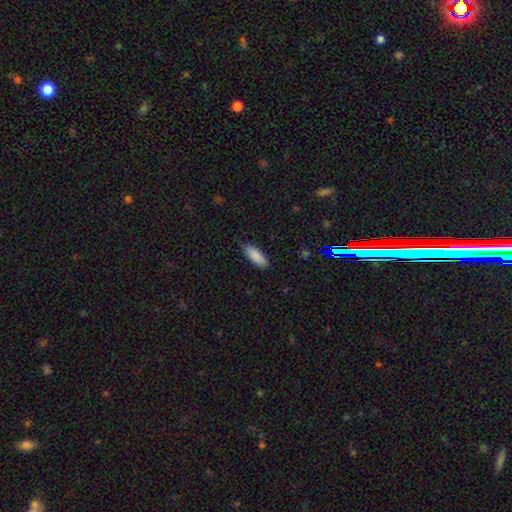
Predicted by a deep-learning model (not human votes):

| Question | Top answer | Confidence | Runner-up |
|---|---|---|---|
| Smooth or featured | smooth | 88% | star or artifact (6%) |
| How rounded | in between | 63% | cigar-shaped (36%) |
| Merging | none | 83% | minor disturbance (13%) |